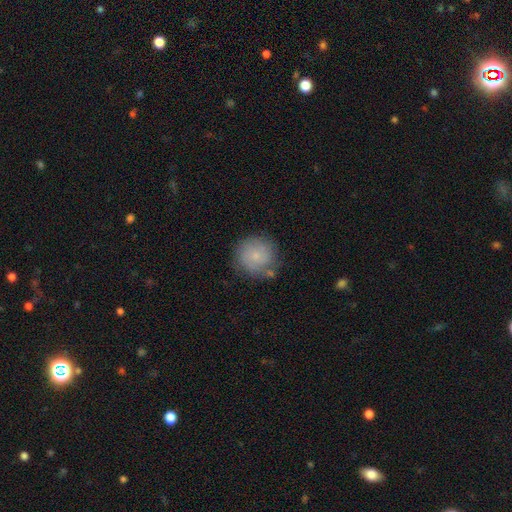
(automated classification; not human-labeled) A smooth galaxy with no disk features (66%) that is round (92%). Merging: none (72%).